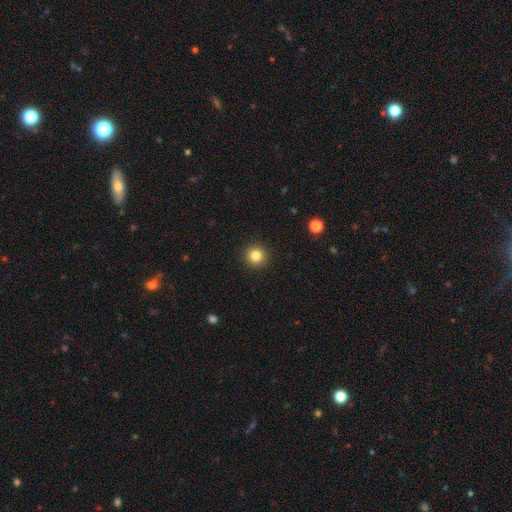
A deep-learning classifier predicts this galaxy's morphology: smooth 83%, star or artifact 12%, featured or disk 5%. Down the decision tree: how rounded — round (95%); merging — none (92%).